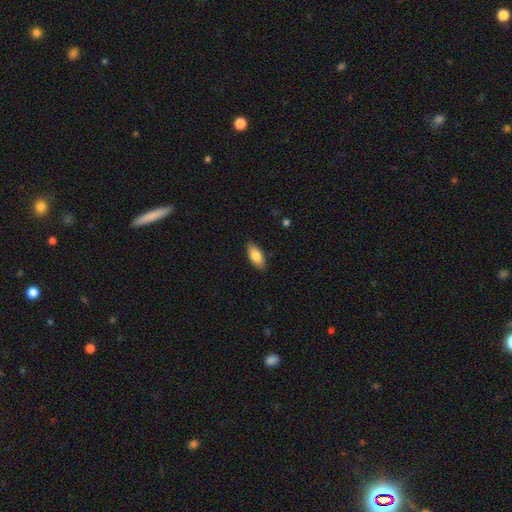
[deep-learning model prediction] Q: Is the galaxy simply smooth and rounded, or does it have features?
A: smooth — 83%.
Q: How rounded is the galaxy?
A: in between — 88%.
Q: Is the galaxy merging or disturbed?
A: none — 86%.